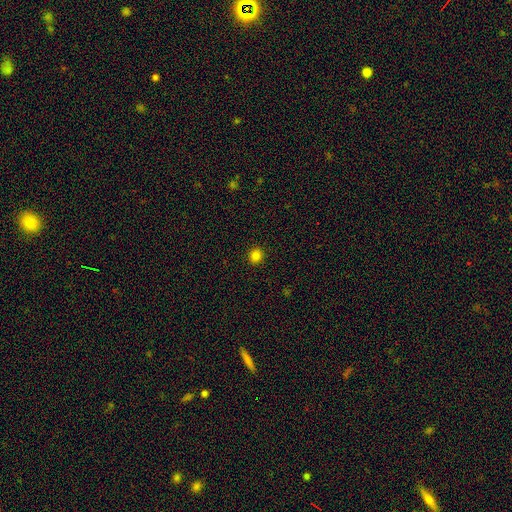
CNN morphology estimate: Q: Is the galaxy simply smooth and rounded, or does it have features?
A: smooth — 82%.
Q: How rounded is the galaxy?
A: round — 85%.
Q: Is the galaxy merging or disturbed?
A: none — 93%.